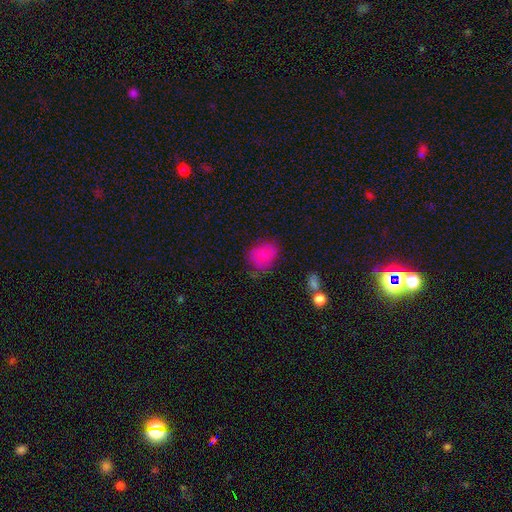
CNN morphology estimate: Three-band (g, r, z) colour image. It shows a smooth galaxy with no disk features (77%) that is round (51%). Merging: none (57%).